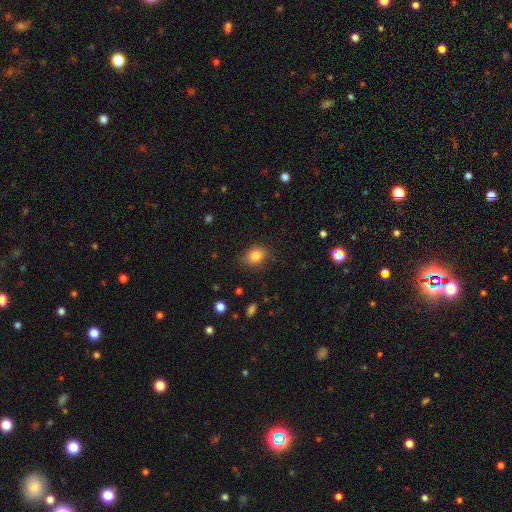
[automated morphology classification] type=smooth (84%); roundness=in between (58%); merging=none (77%).